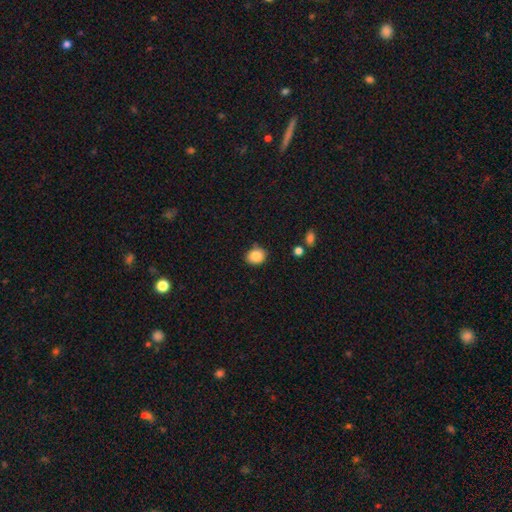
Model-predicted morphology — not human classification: A smooth galaxy with no disk features (85%) that is round (62%). Merging: none (81%).